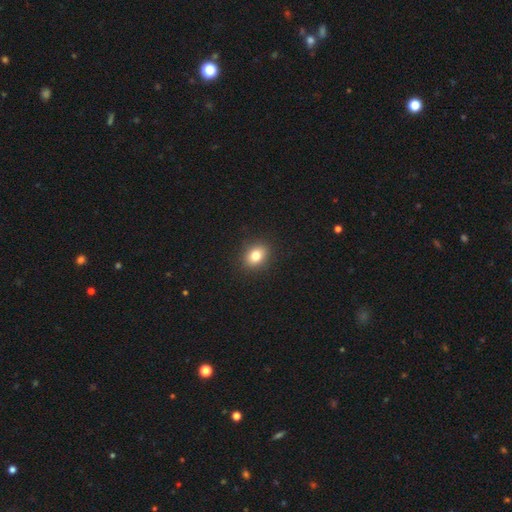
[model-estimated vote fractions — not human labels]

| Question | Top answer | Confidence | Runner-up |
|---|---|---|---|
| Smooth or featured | smooth | 81% | star or artifact (11%) |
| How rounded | in between | 53% | round (46%) |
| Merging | none | 90% | minor disturbance (7%) |